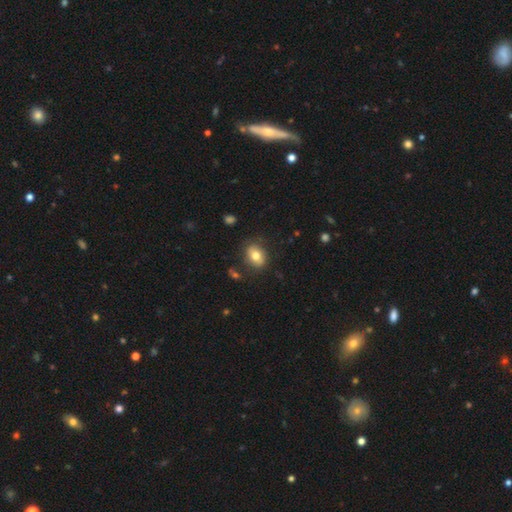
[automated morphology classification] Smooth or featured?
  - smooth: 74% *
  - featured or disk: 18%
  - star or artifact: 8%
How rounded?
  - in between: 69% *
  - round: 30%
  - cigar-shaped: 1%
Merging?
  - none: 80% *
  - minor disturbance: 14%
  - major disturbance: 4%
  - merger: 2%